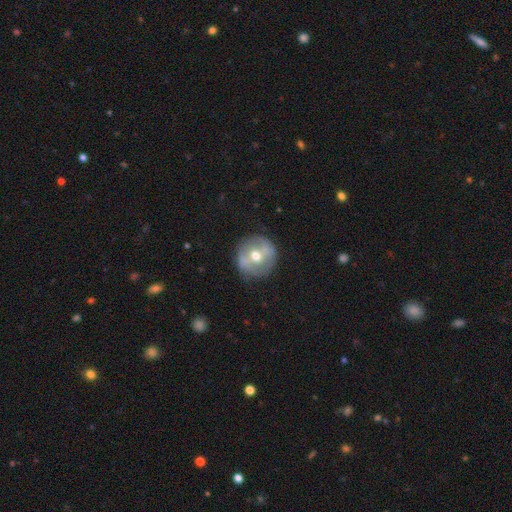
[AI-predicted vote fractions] This appears to be a featured or disk galaxy (57%) with a weak bar (39%), no spiral arms (52%) and a moderate central bulge (75%). Merging: none (81%).